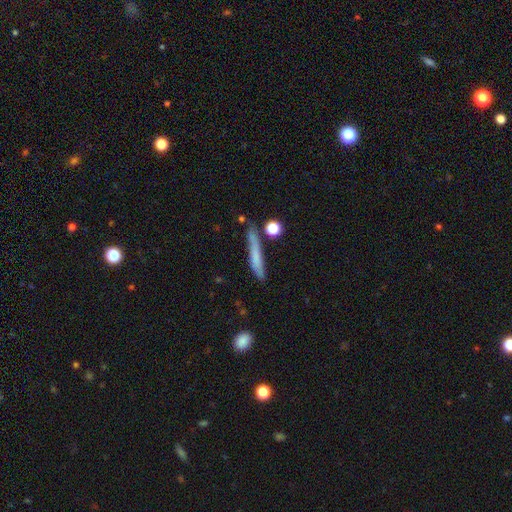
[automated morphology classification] Q: Smooth or featured?
A: smooth (63%); runner-up: featured or disk (28%)
Q: How rounded?
A: cigar-shaped (91%); runner-up: in between (6%)
Q: Merging?
A: none (67%); runner-up: minor disturbance (20%)